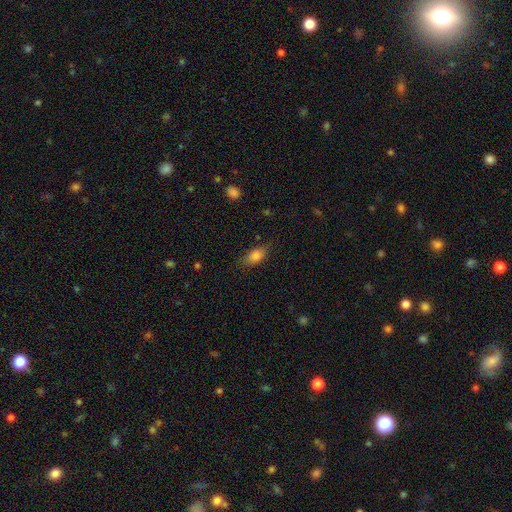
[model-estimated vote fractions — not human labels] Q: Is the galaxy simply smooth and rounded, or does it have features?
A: smooth — 82%.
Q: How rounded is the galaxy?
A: in between — 85%.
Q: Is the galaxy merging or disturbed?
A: none — 76%.